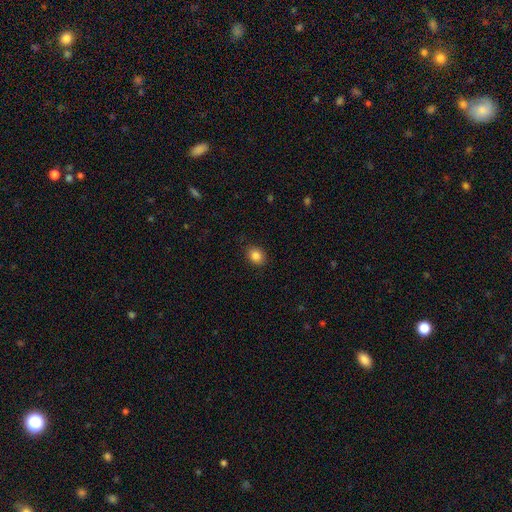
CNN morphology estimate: Smooth or featured: smooth — 85% (star or artifact — 10%)
How rounded: round — 53% (in between — 46%)
Merging: none — 86% (minor disturbance — 10%)